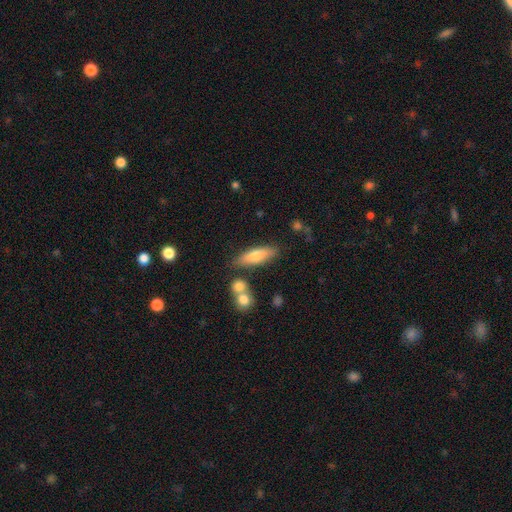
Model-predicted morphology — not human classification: smooth 67%, featured or disk 26%, star or artifact 7%. Down the decision tree: how rounded — cigar-shaped (56%); merging — none (75%).